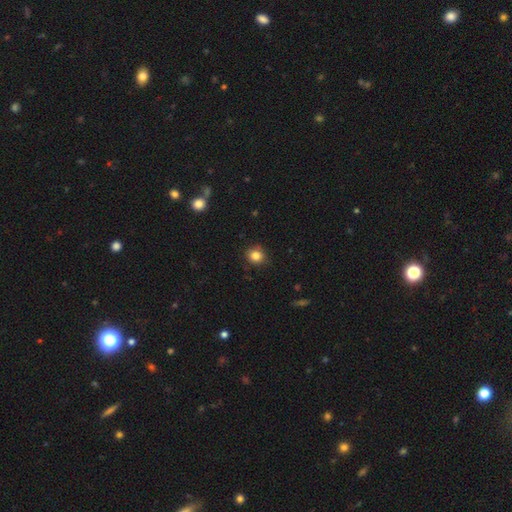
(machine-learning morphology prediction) The model was most divided on "how rounded": round: 85%, in between: 14%, cigar-shaped: 1%. More confident: merging — none (86%); smooth or featured — smooth (83%).